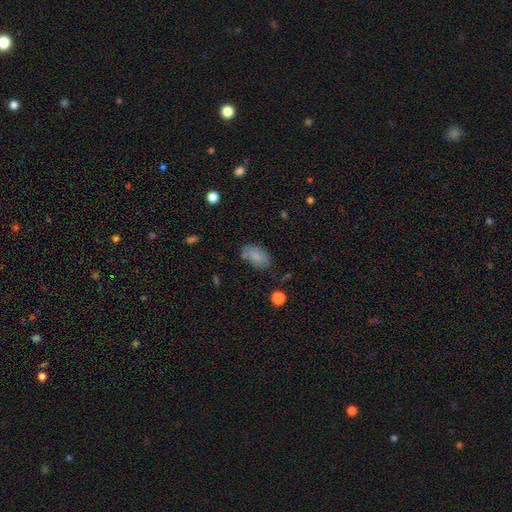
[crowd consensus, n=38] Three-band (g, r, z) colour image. It shows a smooth galaxy with no disk features (79%) that is in between round and cigar-shaped (100%). Merging: none (61%).